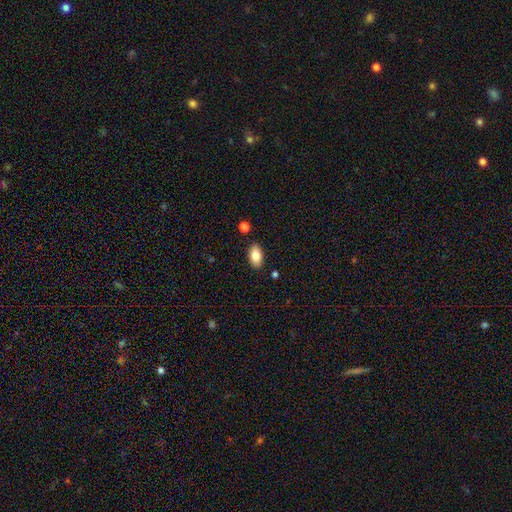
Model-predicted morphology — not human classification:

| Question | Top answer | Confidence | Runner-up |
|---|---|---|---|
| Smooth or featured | smooth | 81% | featured or disk (12%) |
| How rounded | in between | 93% | round (4%) |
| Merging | none | 87% | minor disturbance (9%) |